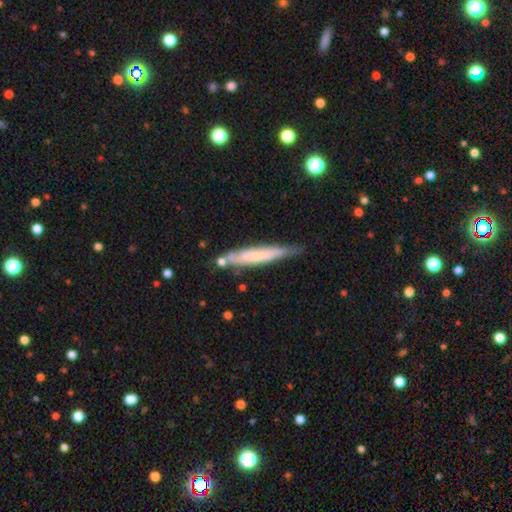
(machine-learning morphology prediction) type=smooth (51%); roundness=cigar-shaped (91%); merging=none (64%).